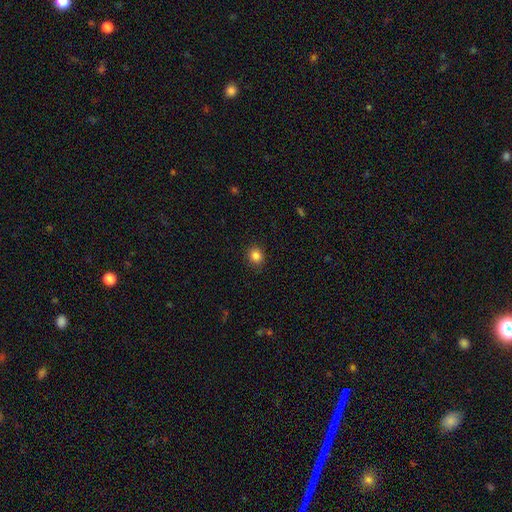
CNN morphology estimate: smooth 84%, star or artifact 11%, featured or disk 4%. Down the decision tree: how rounded — round (80%); merging — none (89%).